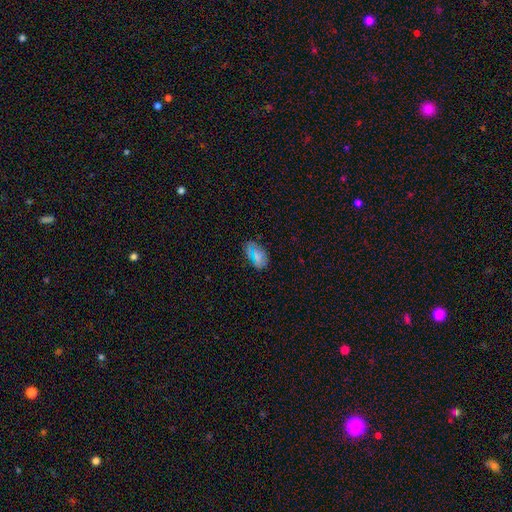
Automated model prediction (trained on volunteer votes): Smooth or featured? smooth (66%)
How rounded? in between (88%)
Merging? none (81%)